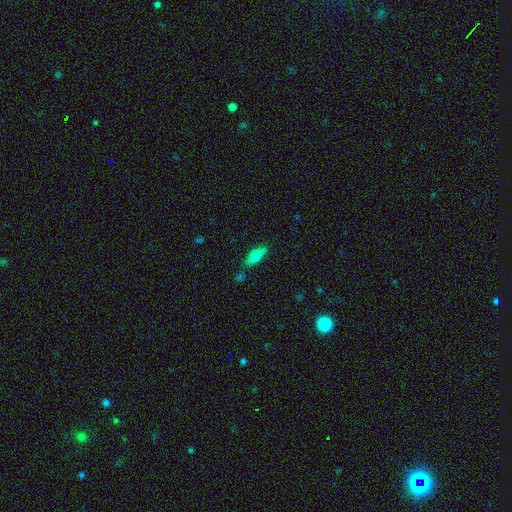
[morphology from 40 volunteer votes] This appears to be a smooth galaxy with no disk features (57%) that is in between round and cigar-shaped (70%). Merging: none (81%).